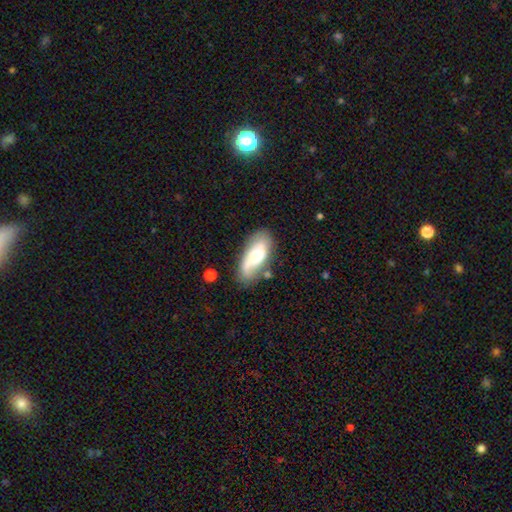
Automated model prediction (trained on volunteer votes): This appears to be a smooth galaxy with no disk features (52%) that is in between round and cigar-shaped (83%). Merging: none (63%).